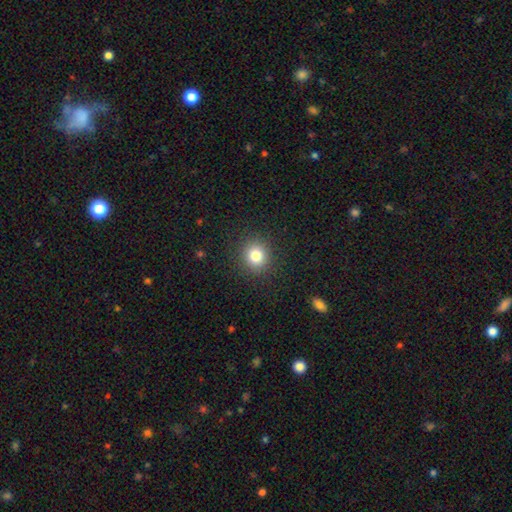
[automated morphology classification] type=smooth (81%); roundness=round (90%); merging=none (91%).